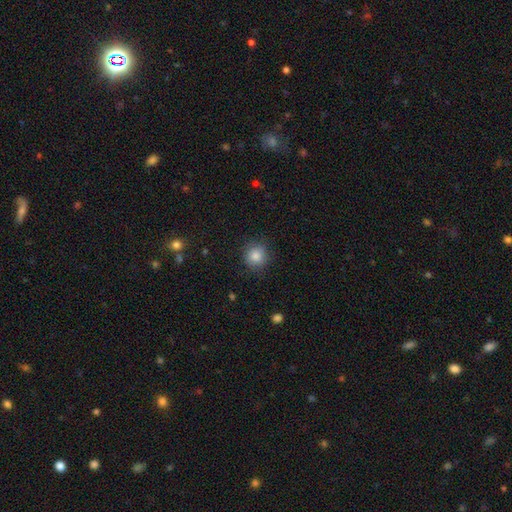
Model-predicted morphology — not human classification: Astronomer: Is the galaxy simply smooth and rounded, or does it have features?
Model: smooth — 85%.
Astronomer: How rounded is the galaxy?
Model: round — 90%.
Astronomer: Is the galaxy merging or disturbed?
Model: none — 84%.